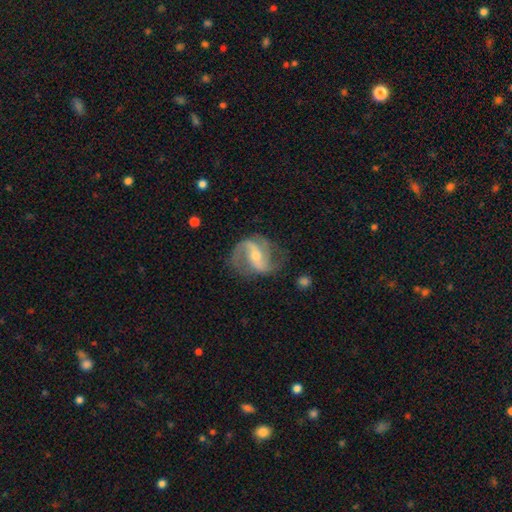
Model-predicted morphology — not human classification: Smooth or featured: featured or disk — 87% (smooth — 7%)
Edge-on disk: no — 97% (yes — 3%)
Bar: strong — 42% (weak — 38%)
Spiral arms: yes — 96% (no — 4%)
Spiral winding: loose — 47% (medium — 40%)
Spiral arm count: 2 — 86% (can't tell — 4%)
Bulge size: moderate — 50% (small — 46%)
Merging: none — 71% (minor disturbance — 18%)